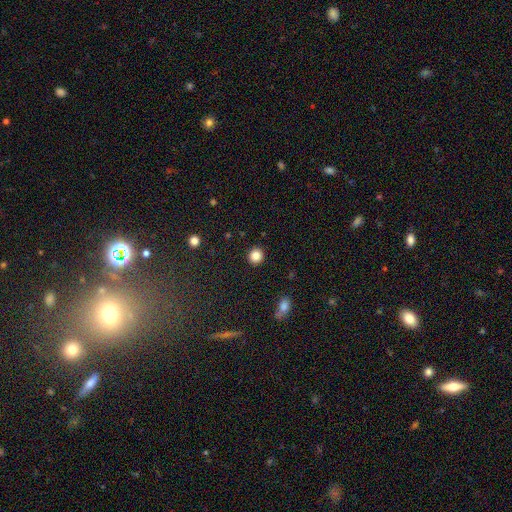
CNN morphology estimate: This appears to be a smooth galaxy with no disk features (85%) that is round (89%). Merging: none (91%).